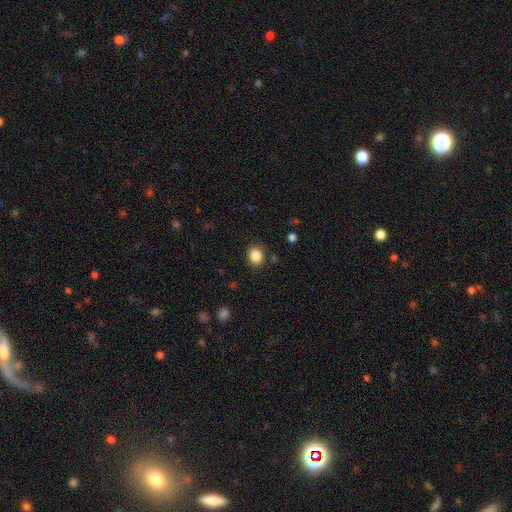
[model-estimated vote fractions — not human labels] smooth 86%, star or artifact 10%, featured or disk 4%. Down the decision tree: how rounded — round (54%); merging — none (85%).